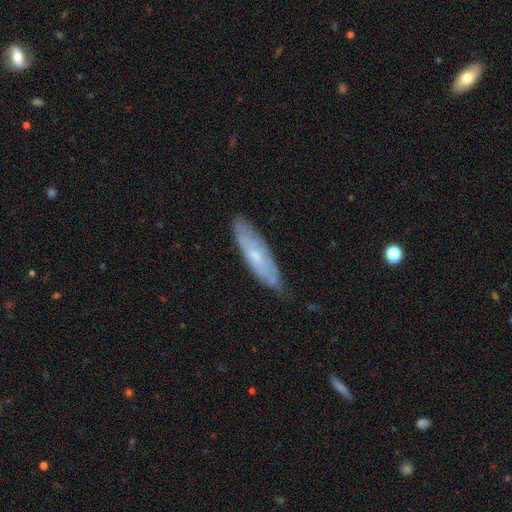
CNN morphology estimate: smooth-or-featured: featured or disk: 50% | smooth: 43% | star or artifact: 7%
  disk-edge-on: no: 58% | yes: 42%
  merging: none: 68% | minor disturbance: 26% | major disturbance: 5% | merger: 2%